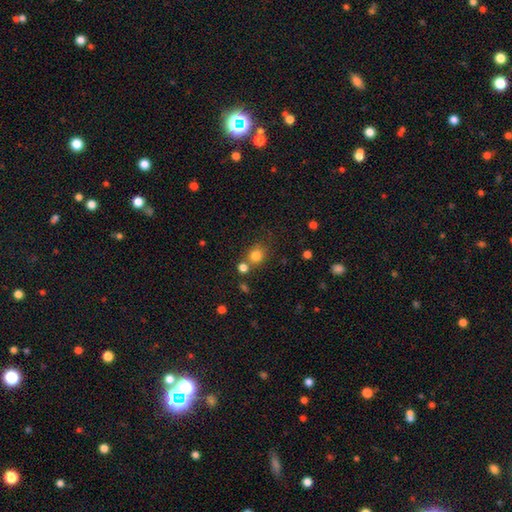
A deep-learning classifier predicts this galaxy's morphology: A smooth galaxy with no disk features (80%) that is round (79%).

Vote fractions:
- Smooth or featured? smooth: 80% / star or artifact: 14% / featured or disk: 7%
- How rounded? round: 79% / in between: 20% / cigar-shaped: 1%
- Merging? none: 64% / merger: 22% / minor disturbance: 10% / major disturbance: 4%